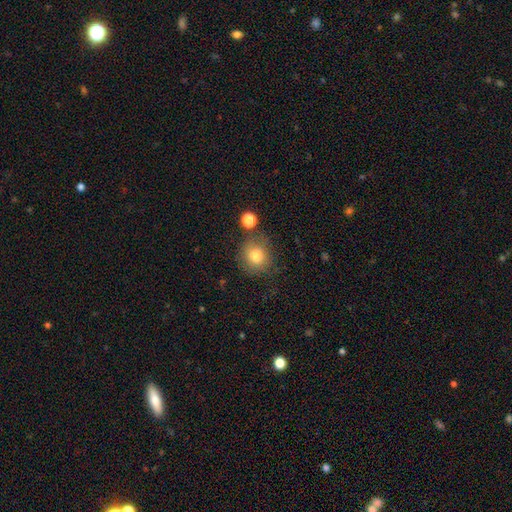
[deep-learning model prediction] Morphology: type=smooth (79%); roundness=round (87%); merging=none (74%).